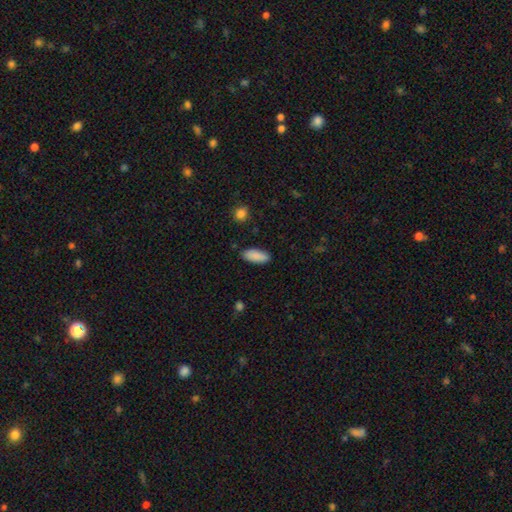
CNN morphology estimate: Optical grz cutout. It shows a smooth galaxy with no disk features (90%) that is in between round and cigar-shaped (80%). Merging: none (88%).